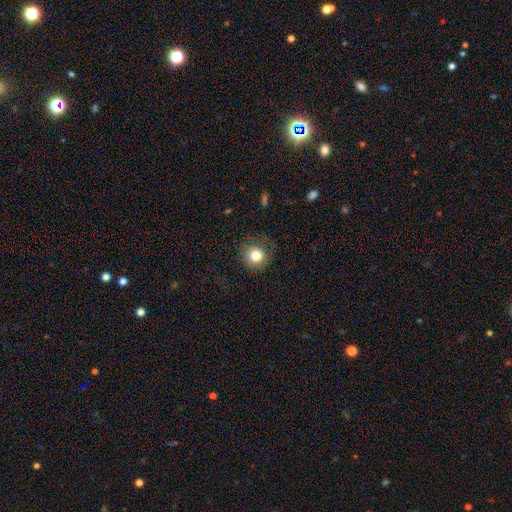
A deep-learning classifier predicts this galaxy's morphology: This appears to be a smooth galaxy with no disk features (81%) that is round (90%). Merging: none (81%).